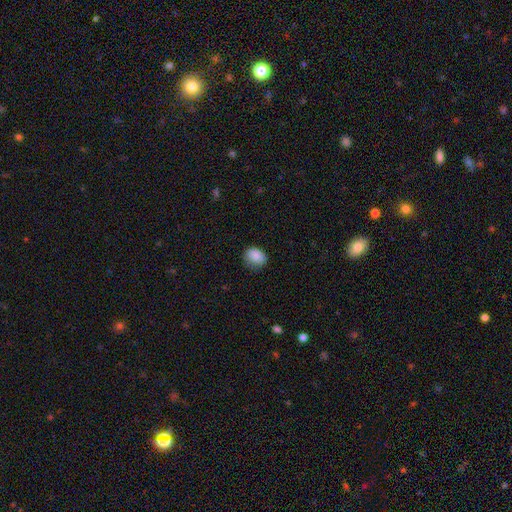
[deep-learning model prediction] A smooth galaxy with no disk features (87%) that is round (53%).

Vote fractions:
- Smooth or featured? smooth: 87% / star or artifact: 8% / featured or disk: 5%
- How rounded? round: 53% / in between: 46% / cigar-shaped: 1%
- Merging? none: 70% / minor disturbance: 24% / major disturbance: 5% / merger: 1%